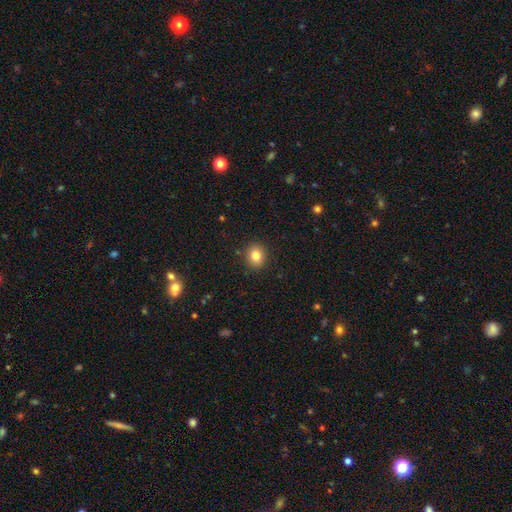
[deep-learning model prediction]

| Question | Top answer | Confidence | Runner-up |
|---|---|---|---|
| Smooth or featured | smooth | 82% | star or artifact (11%) |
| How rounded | round | 73% | in between (26%) |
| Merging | none | 90% | minor disturbance (7%) |